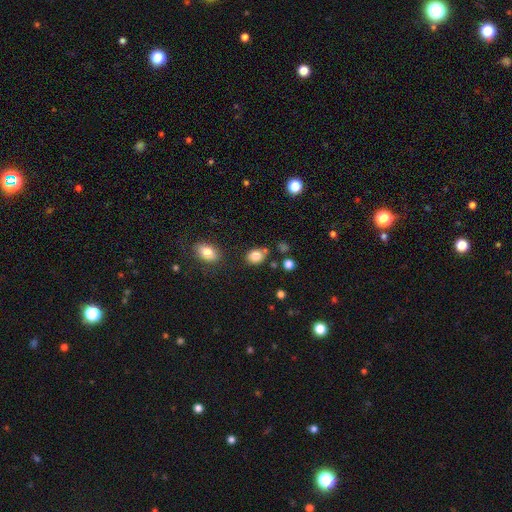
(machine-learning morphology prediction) Overall: smooth (84%). How rounded: in between (51%; round 48%). Merging: none (71%).